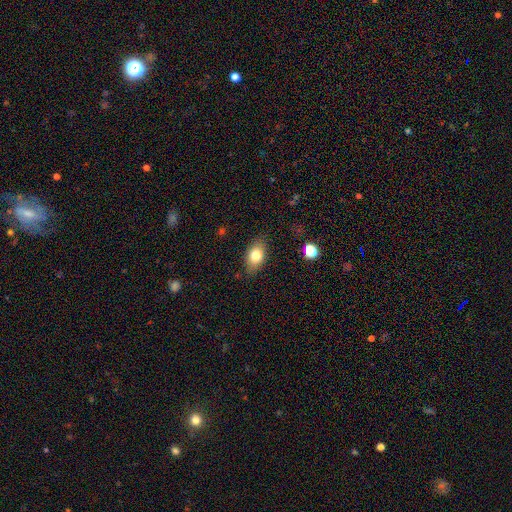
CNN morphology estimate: Smooth or featured? Predicted: smooth (p=0.78). How rounded? Predicted: in between (p=0.86). Merging? Predicted: none (p=0.82).